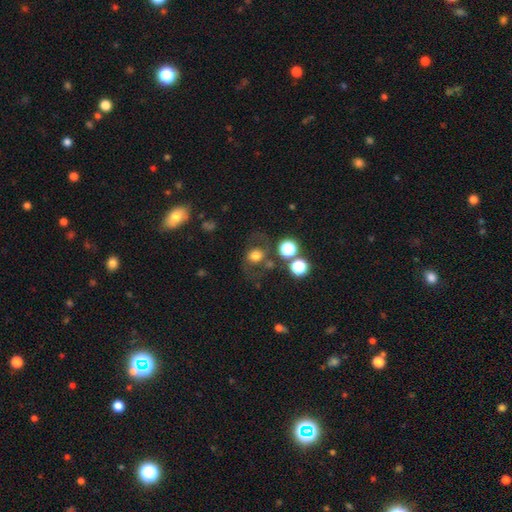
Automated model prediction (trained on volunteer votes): This appears to be a smooth galaxy with no disk features (63%) that is round (68%). Merging: none (59%).